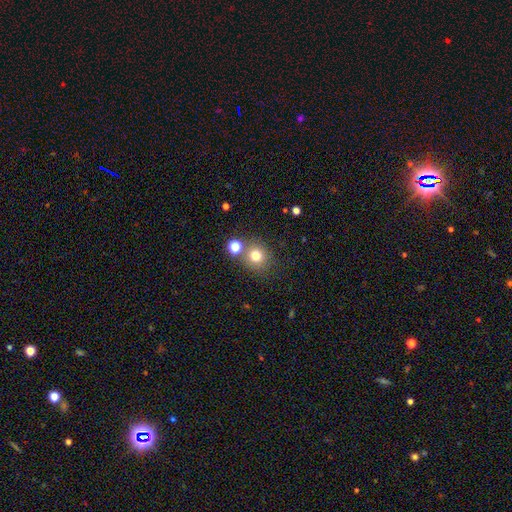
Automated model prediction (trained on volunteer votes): A smooth galaxy with no disk features (75%) that is round (87%). Merging: none (71%).